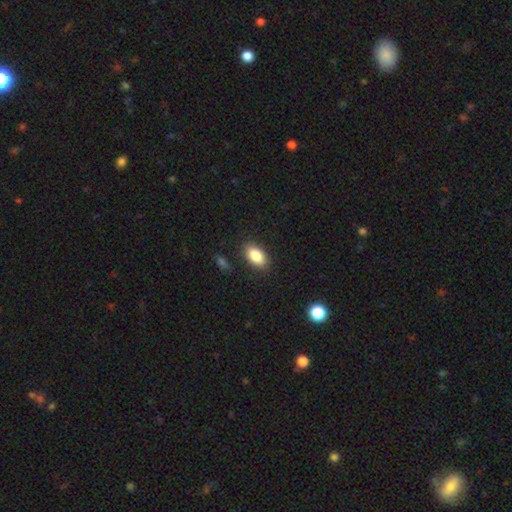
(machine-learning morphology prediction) Smooth or featured? Predicted: smooth (p=0.85). How rounded? Predicted: in between (p=0.91). Merging? Predicted: none (p=0.87).